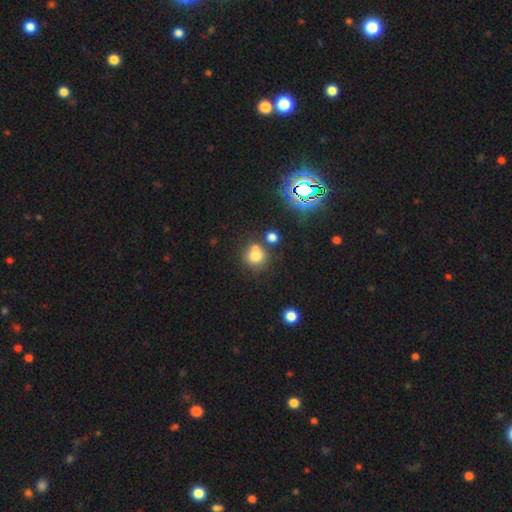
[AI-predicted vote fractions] Smooth or featured: smooth — 72% (star or artifact — 16%)
How rounded: round — 86% (in between — 13%)
Merging: none — 54% (merger — 32%)